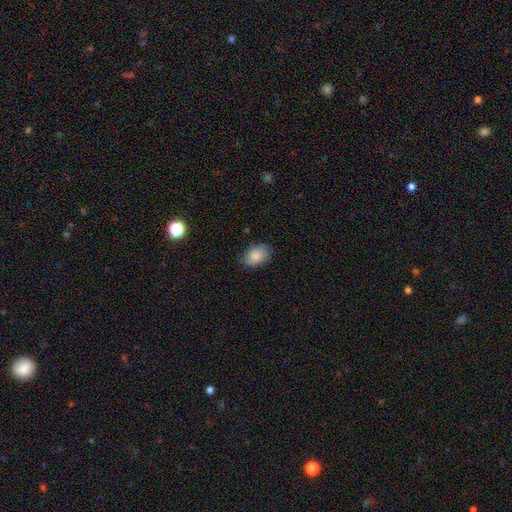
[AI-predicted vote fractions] Smooth or featured? Predicted: smooth (p=0.85). How rounded? Predicted: in between (p=0.86). Merging? Predicted: none (p=0.81).